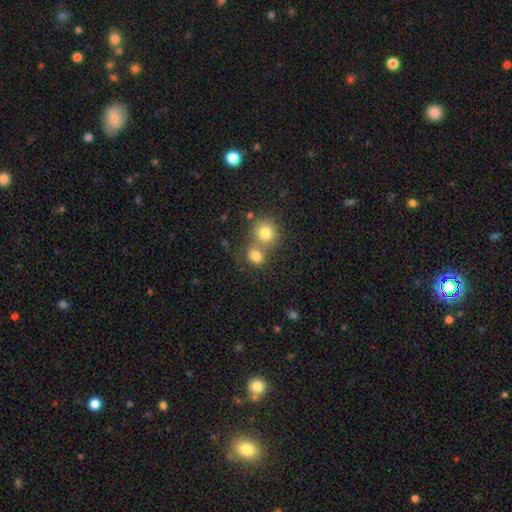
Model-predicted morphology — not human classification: smooth-or-featured: smooth: 80% | star or artifact: 11% | featured or disk: 9%
  how-rounded: round: 70% | in between: 29% | cigar-shaped: 1%
  merging: merger: 47% | none: 41% | minor disturbance: 8% | major disturbance: 4%